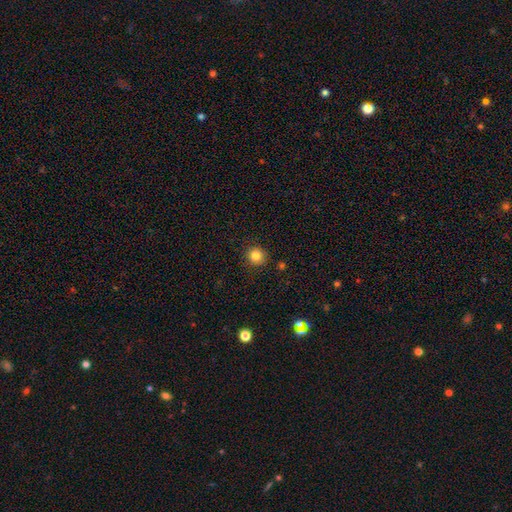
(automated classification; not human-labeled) Morphology: type=smooth (84%); roundness=round (92%); merging=none (89%).